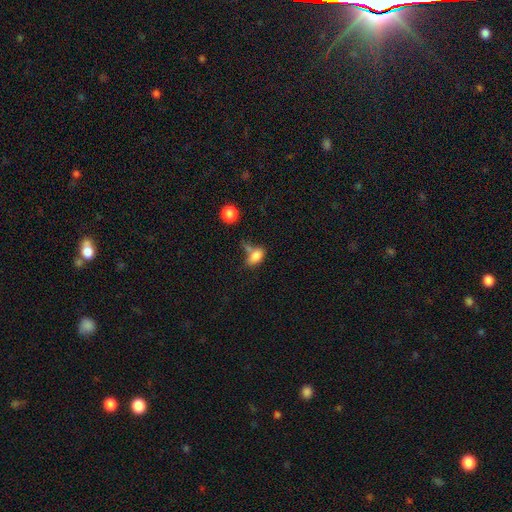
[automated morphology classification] A smooth galaxy with no disk features (81%) that is in between round and cigar-shaped (86%). Merging: none (41%).